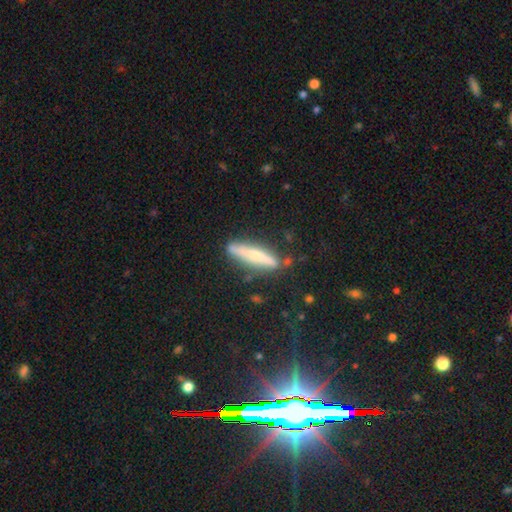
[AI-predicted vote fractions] Smooth or featured? Predicted: smooth (p=0.53). How rounded? Predicted: cigar-shaped (p=0.88). Merging? Predicted: none (p=0.78).